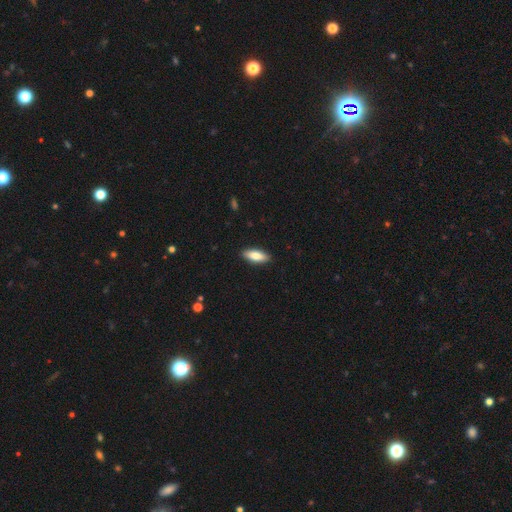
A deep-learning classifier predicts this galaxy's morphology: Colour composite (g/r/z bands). It shows a smooth galaxy with no disk features (80%) that is in between round and cigar-shaped (72%). Merging: none (90%).